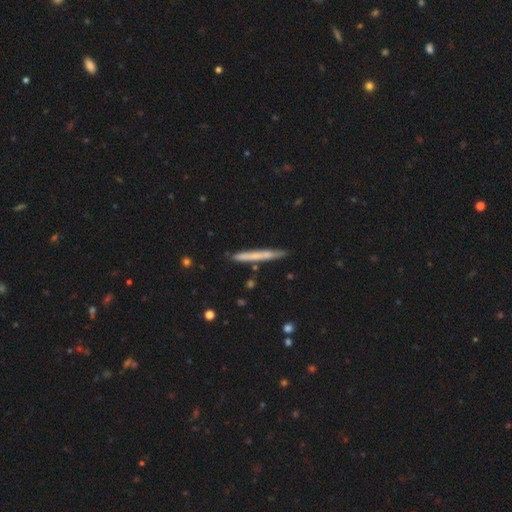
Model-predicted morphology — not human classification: A smooth galaxy with no disk features (61%) that is cigar-shaped (97%).

Vote fractions:
- Smooth or featured? smooth: 61% / featured or disk: 33% / star or artifact: 6%
- How rounded? cigar-shaped: 97% / in between: 2% / round: 1%
- Merging? none: 85% / minor disturbance: 11% / merger: 2% / major disturbance: 2%